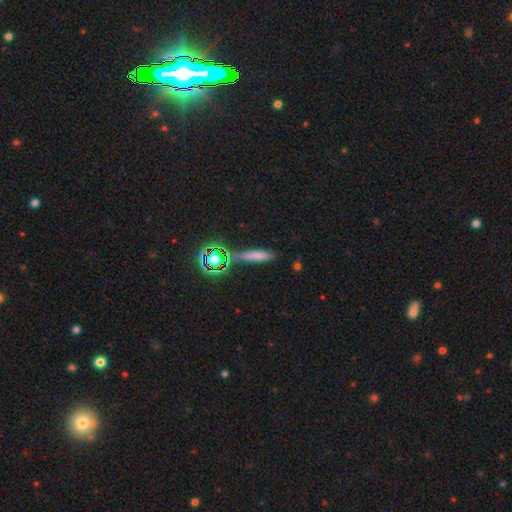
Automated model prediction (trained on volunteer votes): Morphology: type=smooth (64%); roundness=cigar-shaped (75%); merging=none (65%).